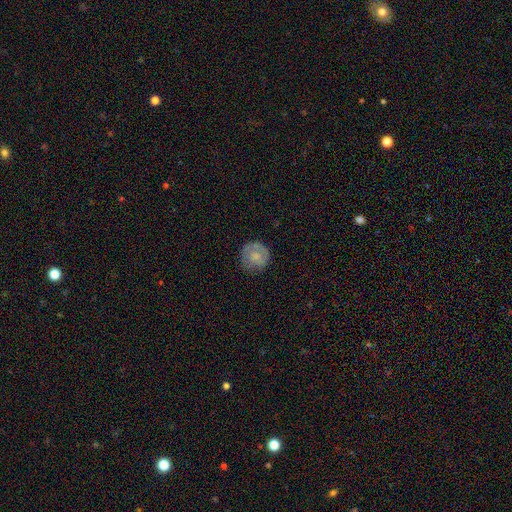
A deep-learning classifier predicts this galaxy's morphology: This appears to be a smooth galaxy with no disk features (67%) that is round (92%). Merging: none (75%).